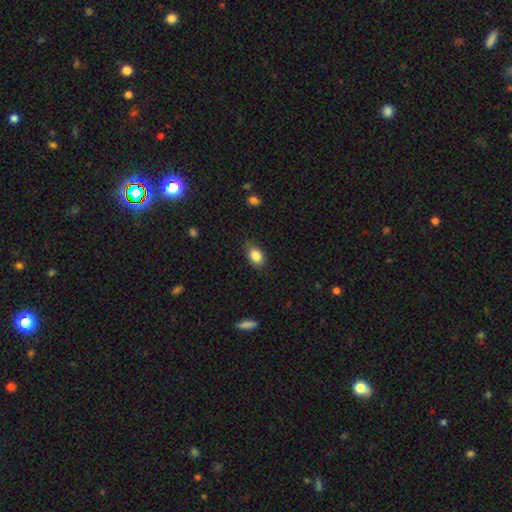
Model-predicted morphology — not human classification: This appears to be a smooth galaxy with no disk features (85%) that is in between round and cigar-shaped (81%). Merging: none (77%).